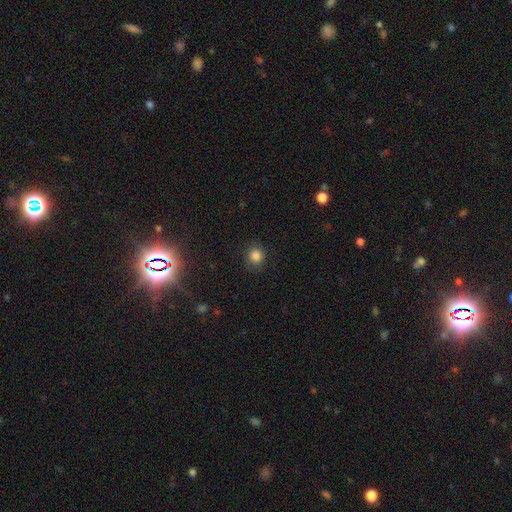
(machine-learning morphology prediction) smooth 83%, star or artifact 13%, featured or disk 4%. Down the decision tree: how rounded — round (86%); merging — none (86%).